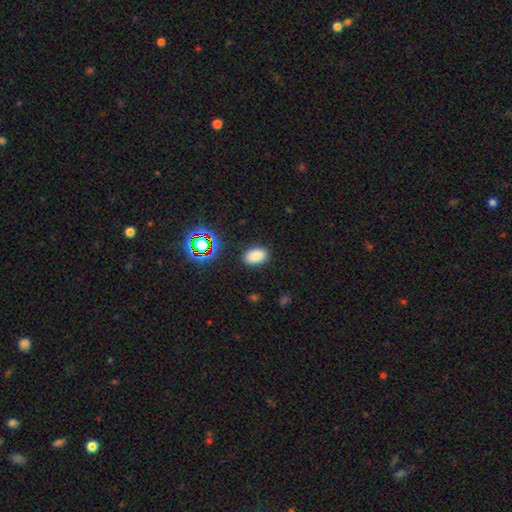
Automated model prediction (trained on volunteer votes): A smooth galaxy with no disk features (80%) that is in between round and cigar-shaped (87%).

Vote fractions:
- Smooth or featured? smooth: 80% / star or artifact: 14% / featured or disk: 5%
- How rounded? in between: 87% / round: 12% / cigar-shaped: 1%
- Merging? none: 86% / minor disturbance: 10% / major disturbance: 3% / merger: 2%